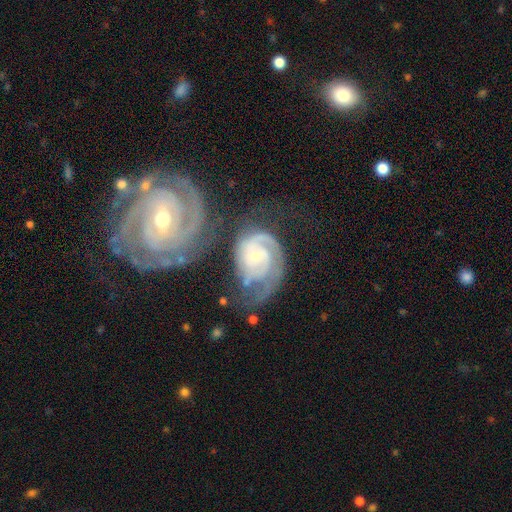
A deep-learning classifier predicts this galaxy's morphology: Smooth or featured? featured or disk (87%)
Edge-on disk? no (98%)
Bar? no (66%)
Spiral arms? yes (97%)
Spiral winding? tight (66%)
Spiral arm count? 2 (46%)
Bulge size? small (69%)
Merging? none (36%)